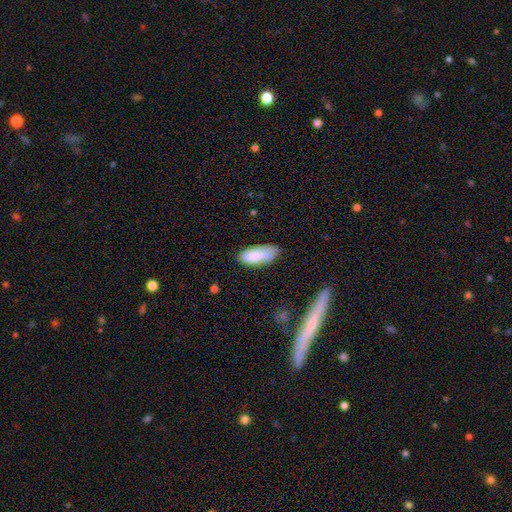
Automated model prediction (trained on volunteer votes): smooth 80%, featured or disk 13%, star or artifact 7%. Down the decision tree: how rounded — in between (81%); merging — none (64%).